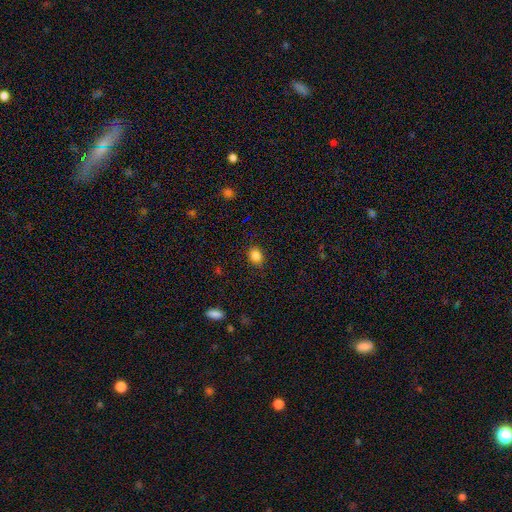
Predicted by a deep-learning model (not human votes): This is clearly a smooth galaxy (84%). How rounded: possibly round (52%). Merging: clearly none (85%).